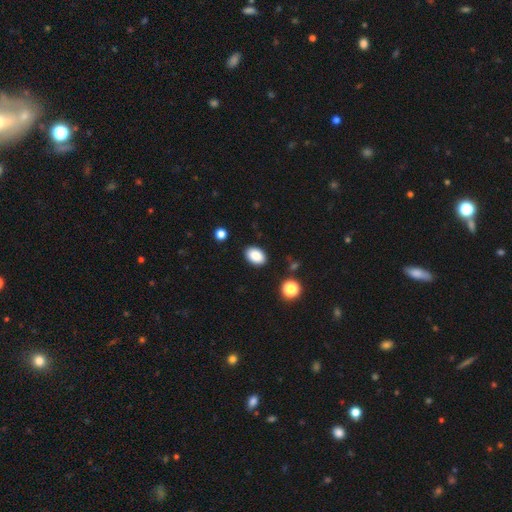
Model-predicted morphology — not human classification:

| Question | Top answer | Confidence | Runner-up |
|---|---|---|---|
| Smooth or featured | smooth | 87% | star or artifact (8%) |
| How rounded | in between | 85% | round (14%) |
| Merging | none | 89% | minor disturbance (8%) |